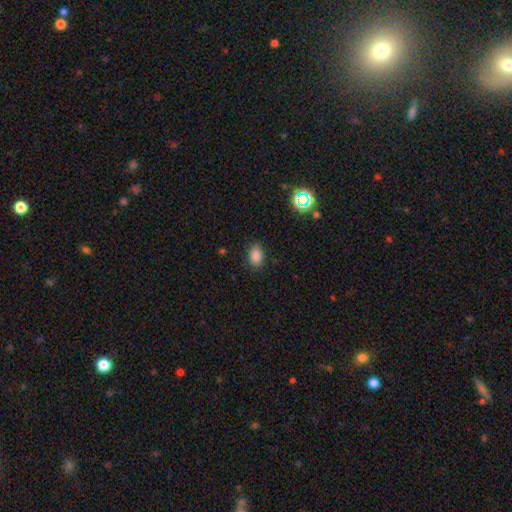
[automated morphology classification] This is clearly a smooth galaxy (84%). How rounded: clearly in between (86%). Merging: clearly none (87%).